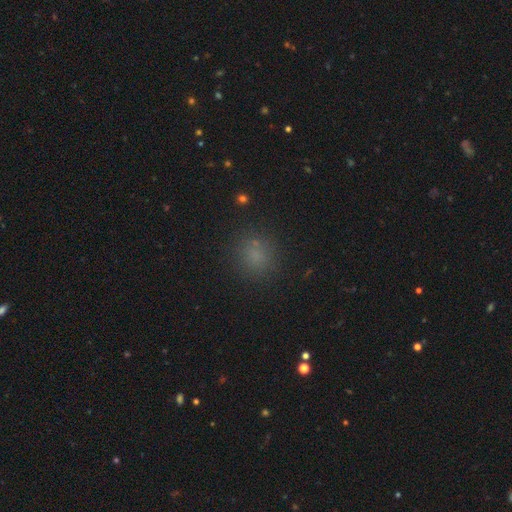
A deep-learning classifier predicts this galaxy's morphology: Smooth or featured? smooth (74%)
How rounded? round (83%)
Merging? none (85%)